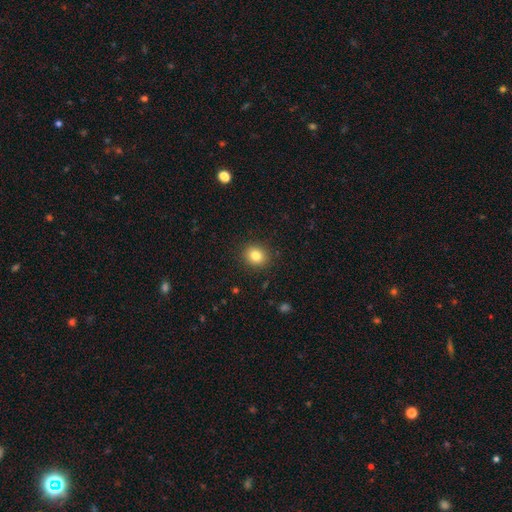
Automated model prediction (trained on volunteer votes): This appears to be a smooth galaxy with no disk features (82%) that is round (77%). Merging: none (90%).